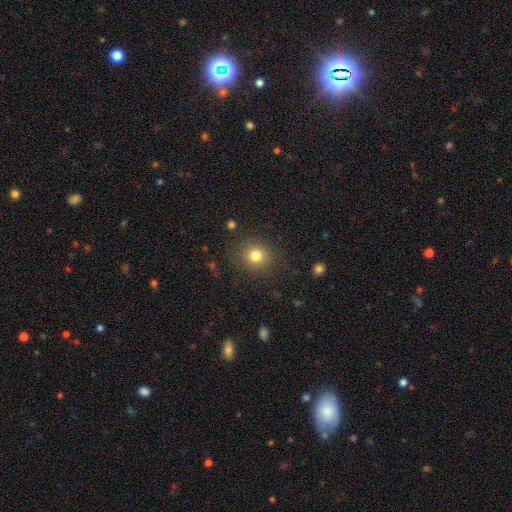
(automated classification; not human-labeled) Smooth or featured? smooth (80%)
How rounded? round (87%)
Merging? none (86%)